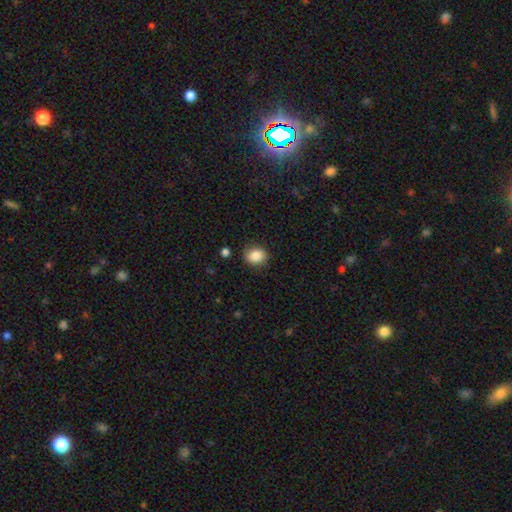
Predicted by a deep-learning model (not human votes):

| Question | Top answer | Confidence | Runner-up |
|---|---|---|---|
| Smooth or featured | smooth | 86% | star or artifact (9%) |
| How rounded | round | 59% | in between (40%) |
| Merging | none | 85% | minor disturbance (10%) |